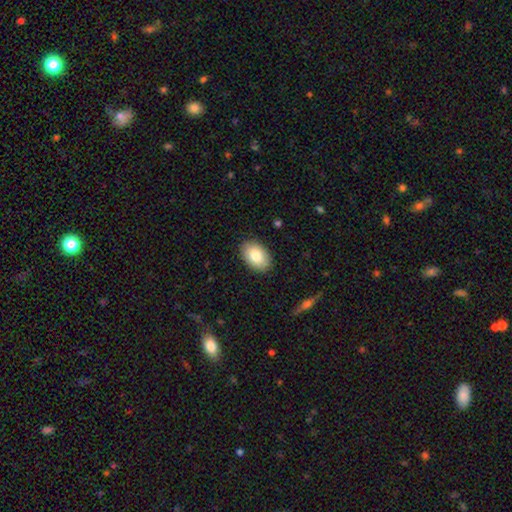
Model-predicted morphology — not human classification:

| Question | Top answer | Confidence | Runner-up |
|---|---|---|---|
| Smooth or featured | smooth | 81% | featured or disk (13%) |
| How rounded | in between | 89% | round (10%) |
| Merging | none | 88% | minor disturbance (9%) |